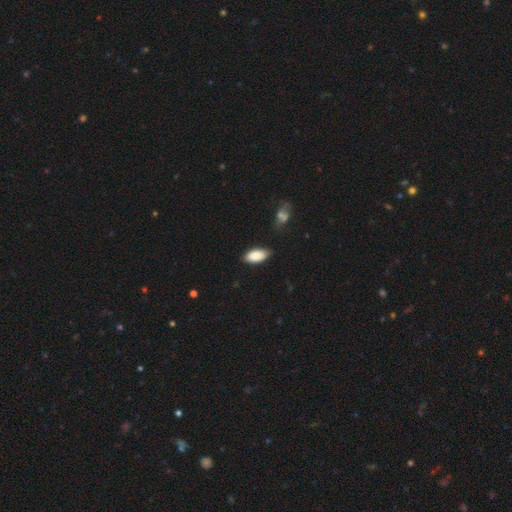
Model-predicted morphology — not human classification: Smooth or featured: smooth — 86% (featured or disk — 7%)
How rounded: in between — 92% (cigar-shaped — 5%)
Merging: none — 79% (minor disturbance — 16%)